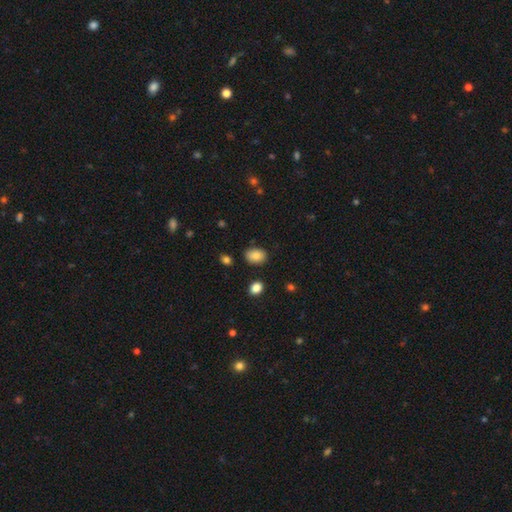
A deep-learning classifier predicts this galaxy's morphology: Q: Smooth or featured?
A: smooth (85%); runner-up: star or artifact (9%)
Q: How rounded?
A: in between (71%); runner-up: round (28%)
Q: Merging?
A: none (83%); runner-up: minor disturbance (12%)